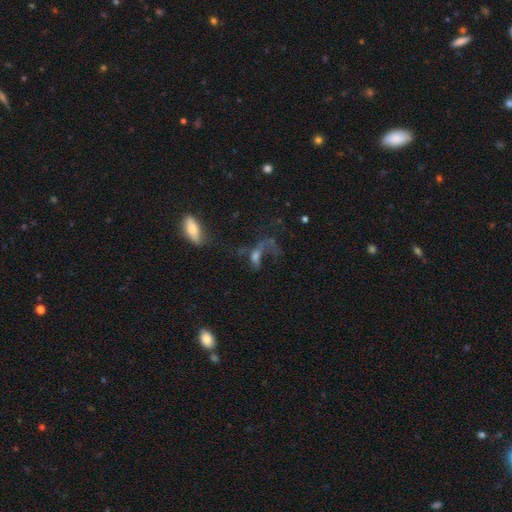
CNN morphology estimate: featured or disk 44%, smooth 36%, star or artifact 20%. Down the decision tree: merging — major disturbance (45%).